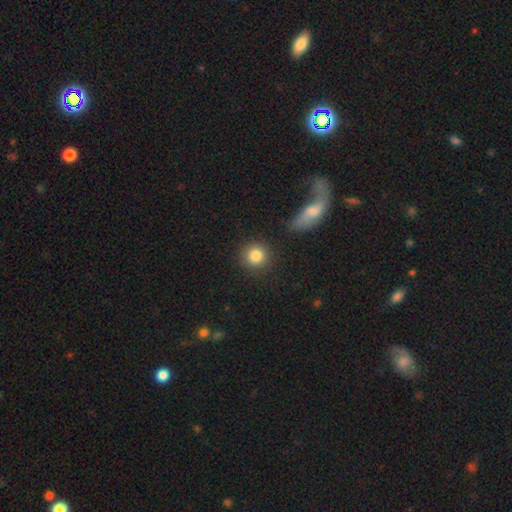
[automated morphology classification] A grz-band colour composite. It shows a smooth galaxy with no disk features (85%) that is round (92%). Merging: none (87%).